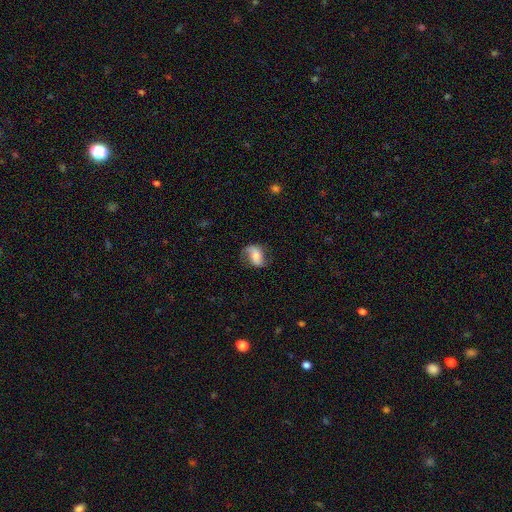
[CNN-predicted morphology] Smooth or featured? featured or disk (54%)
Edge-on disk? no (96%)
Bar? no (47%)
Spiral arms? yes (88%)
Bulge size? moderate (39%)
Merging? none (64%)